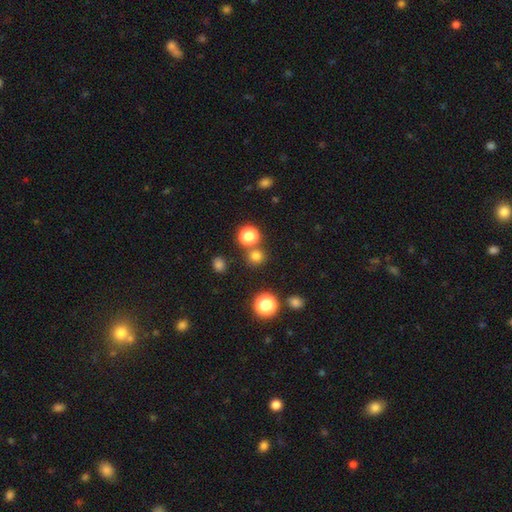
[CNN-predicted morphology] Smooth or featured?
  - smooth: 73% *
  - star or artifact: 21%
  - featured or disk: 5%
How rounded?
  - round: 91% *
  - in between: 8%
  - cigar-shaped: 1%
Merging?
  - none: 76% *
  - merger: 14%
  - minor disturbance: 7%
  - major disturbance: 3%